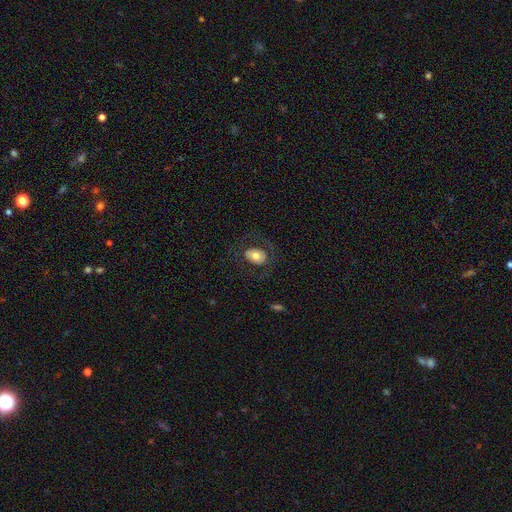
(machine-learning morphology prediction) A smooth galaxy with no disk features (61%) that is in between round and cigar-shaped (74%).

Vote fractions:
- Smooth or featured? smooth: 61% / featured or disk: 31% / star or artifact: 8%
- How rounded? in between: 74% / round: 24% / cigar-shaped: 1%
- Merging? none: 74% / major disturbance: 13% / minor disturbance: 12% / merger: 1%